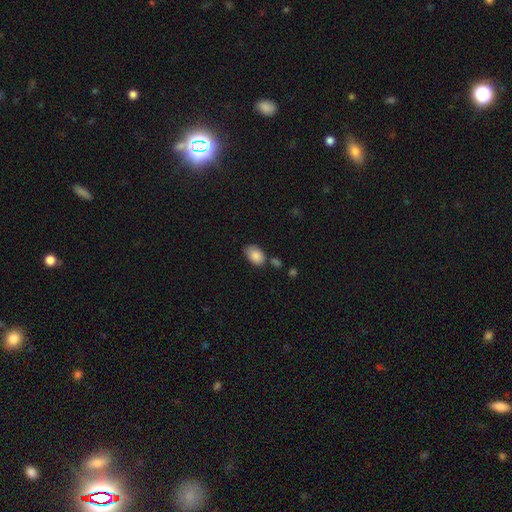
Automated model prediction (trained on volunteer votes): Morphology: type=smooth (87%); roundness=in between (87%); merging=none (65%).